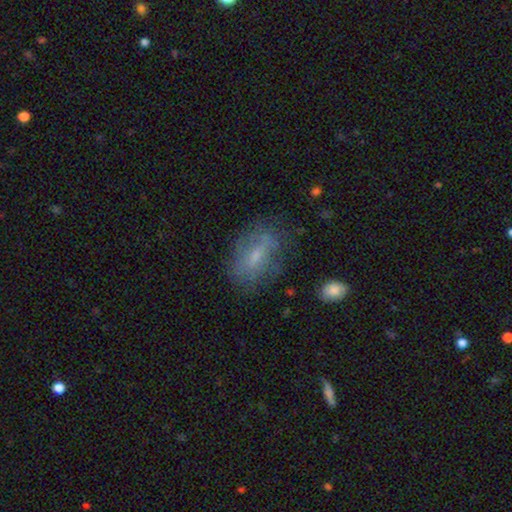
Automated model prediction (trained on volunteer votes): Q: Smooth or featured?
A: smooth (48%); runner-up: featured or disk (41%)
Q: Merging?
A: none (66%); runner-up: minor disturbance (21%)